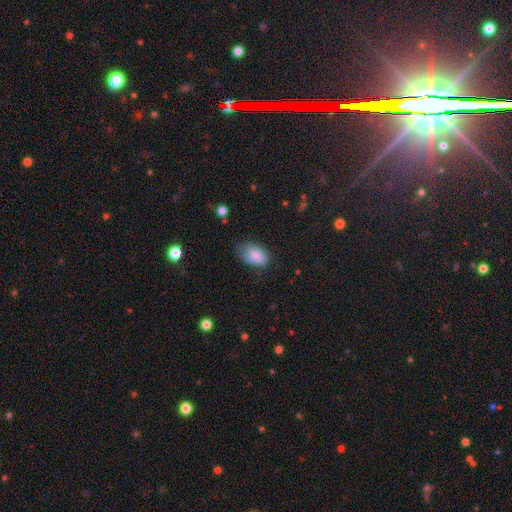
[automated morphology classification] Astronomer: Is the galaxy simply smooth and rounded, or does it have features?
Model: smooth — 84%.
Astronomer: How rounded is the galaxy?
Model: in between — 91%.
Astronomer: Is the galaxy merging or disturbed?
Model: none — 54% (runner-up: minor disturbance, 35%).